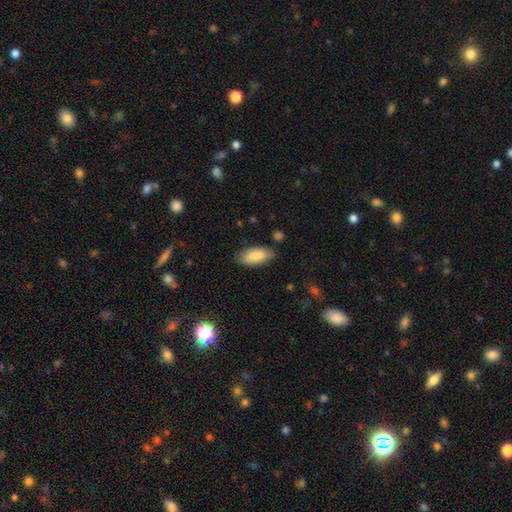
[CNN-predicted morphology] This is clearly a smooth galaxy (82%). How rounded: clearly in between (90%). Merging: clearly none (81%).